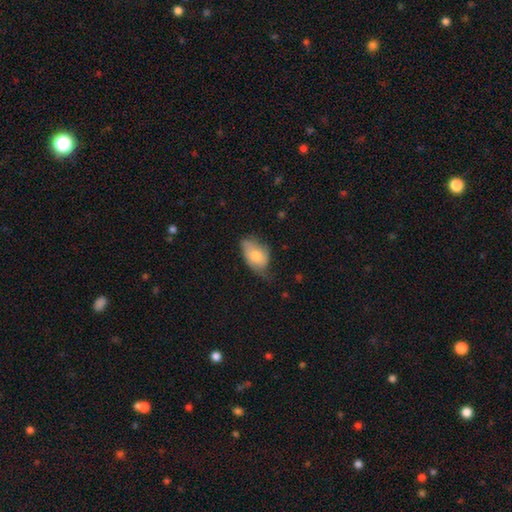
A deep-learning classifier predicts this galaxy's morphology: smooth-or-featured: smooth: 70% | featured or disk: 24% | star or artifact: 6%
  how-rounded: in between: 90% | round: 8% | cigar-shaped: 2%
  merging: minor disturbance: 44% | none: 39% | major disturbance: 16% | merger: 2%